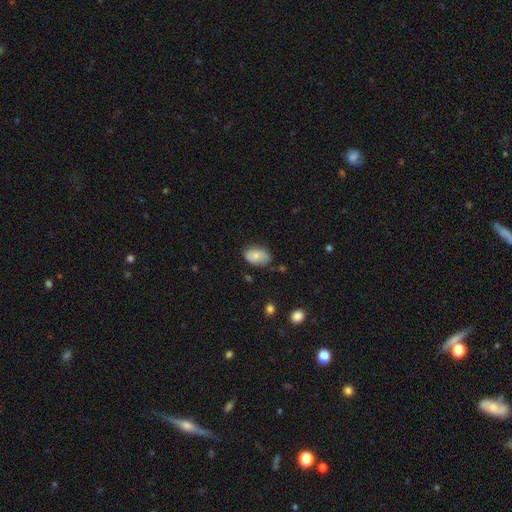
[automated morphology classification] Smooth or featured: smooth — 72% (featured or disk — 21%)
How rounded: in between — 88% (round — 10%)
Merging: none — 71% (minor disturbance — 23%)